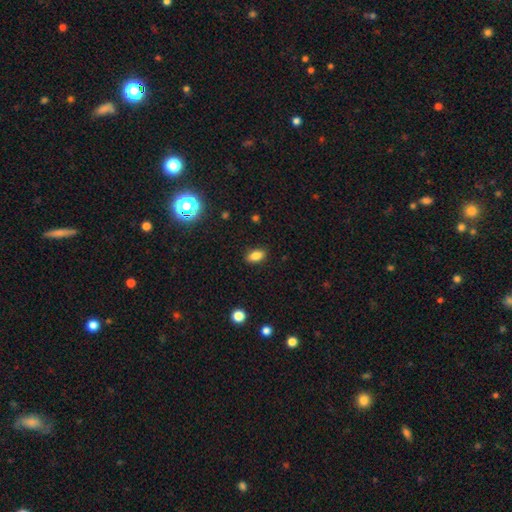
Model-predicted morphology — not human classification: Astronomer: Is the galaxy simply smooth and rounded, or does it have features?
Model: smooth — 83%.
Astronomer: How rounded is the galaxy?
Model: in between — 87%.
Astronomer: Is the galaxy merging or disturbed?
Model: none — 88%.